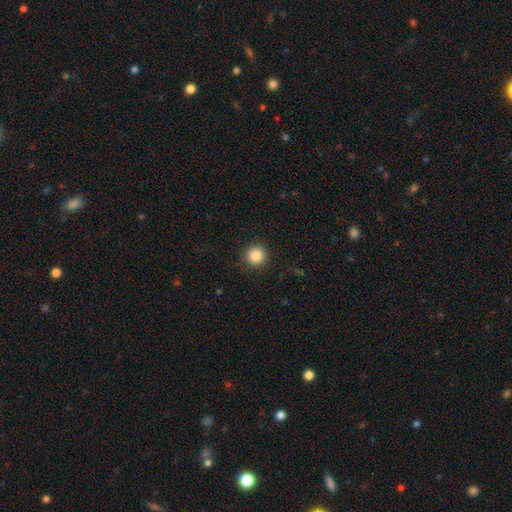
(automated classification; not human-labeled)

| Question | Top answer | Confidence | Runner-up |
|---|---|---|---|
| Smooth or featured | smooth | 87% | star or artifact (10%) |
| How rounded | round | 95% | in between (4%) |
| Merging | none | 92% | minor disturbance (5%) |